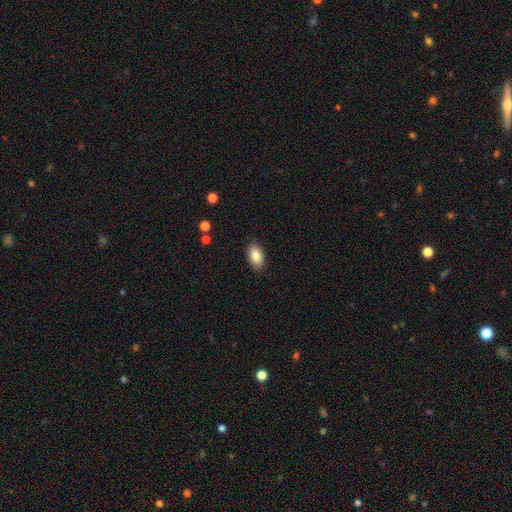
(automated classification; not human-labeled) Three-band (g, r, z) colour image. It shows a smooth galaxy with no disk features (85%) that is in between round and cigar-shaped (93%). Merging: none (88%).